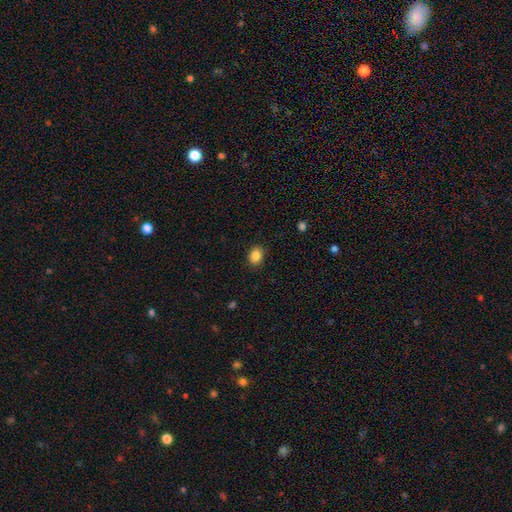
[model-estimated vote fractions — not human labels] Q: Smooth or featured?
A: smooth (86%); runner-up: star or artifact (9%)
Q: How rounded?
A: in between (55%); runner-up: round (44%)
Q: Merging?
A: none (88%); runner-up: minor disturbance (8%)